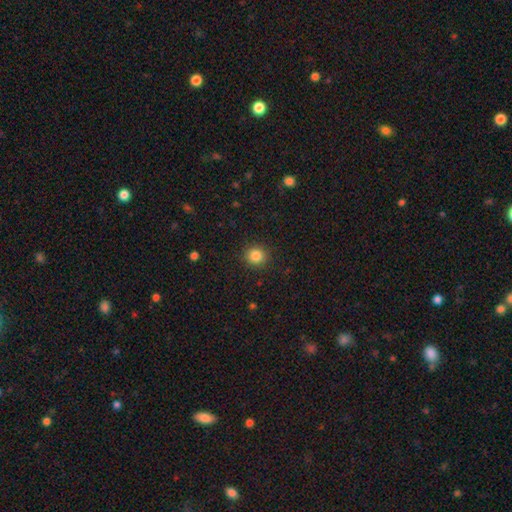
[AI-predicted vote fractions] A smooth galaxy with no disk features (85%) that is round (90%).

Vote fractions:
- Smooth or featured? smooth: 85% / star or artifact: 11% / featured or disk: 4%
- How rounded? round: 90% / in between: 9% / cigar-shaped: 1%
- Merging? none: 91% / minor disturbance: 6% / major disturbance: 2% / merger: 1%